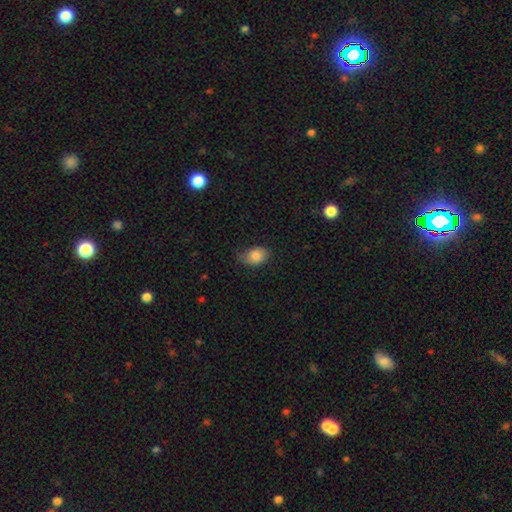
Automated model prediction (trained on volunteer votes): The model was most divided on "merging": none: 60%, minor disturbance: 31%, major disturbance: 8%, merger: 1%. More confident: smooth or featured — smooth (84%); how rounded — in between (79%).